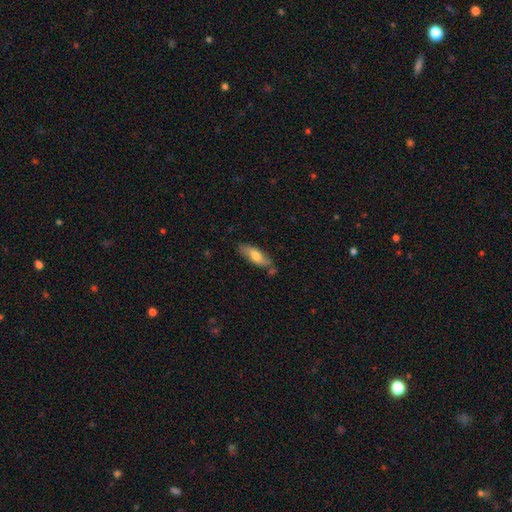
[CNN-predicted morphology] smooth-or-featured: smooth: 67% | featured or disk: 27% | star or artifact: 6%
  how-rounded: in between: 64% | cigar-shaped: 33% | round: 2%
  merging: none: 72% | minor disturbance: 18% | merger: 6% | major disturbance: 3%